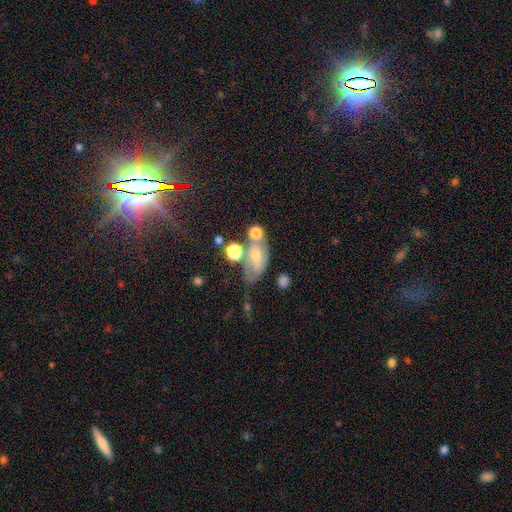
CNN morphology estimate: Smooth or featured?
  - smooth: 47% *
  - featured or disk: 40%
  - star or artifact: 13%
Merging?
  - none: 36% *
  - merger: 26%
  - minor disturbance: 22%
  - major disturbance: 16%